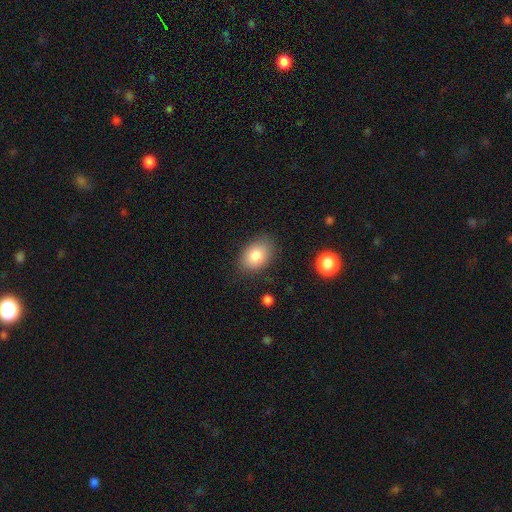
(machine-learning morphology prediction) This is clearly a smooth galaxy (83%). How rounded: likely in between (80%). Merging: clearly none (81%).